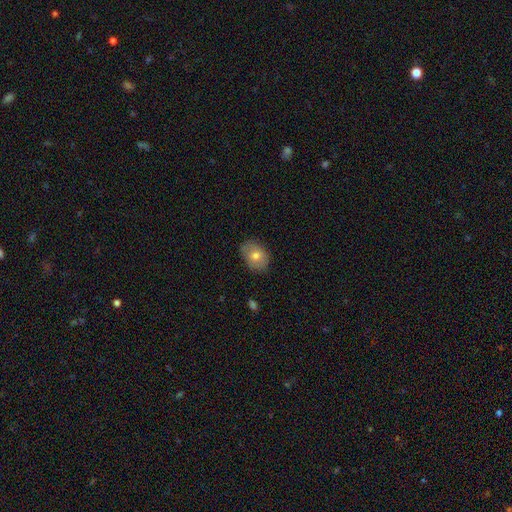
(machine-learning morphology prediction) The model was most divided on "how rounded": in between: 70%, round: 29%, cigar-shaped: 1%. More confident: merging — none (80%); smooth or featured — smooth (72%).